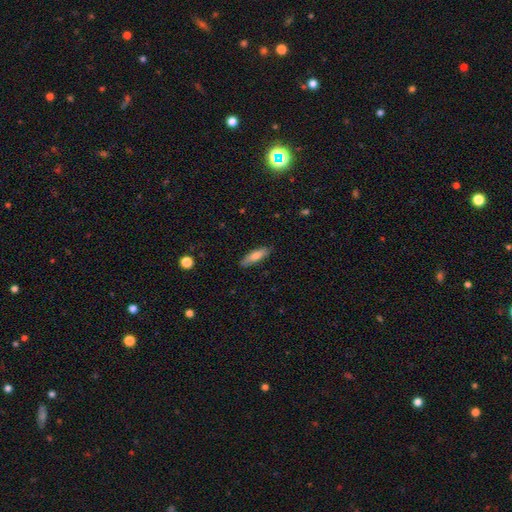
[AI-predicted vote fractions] Morphology: type=smooth (76%); roundness=cigar-shaped (59%); merging=none (86%).